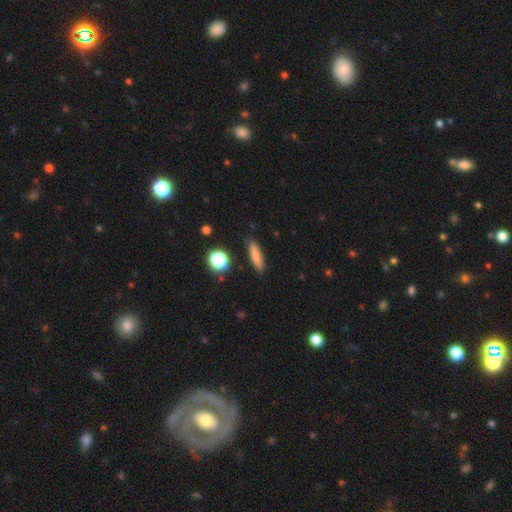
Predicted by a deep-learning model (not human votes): Overall: smooth (78%). How rounded: cigar-shaped (69%). Merging: none (85%).